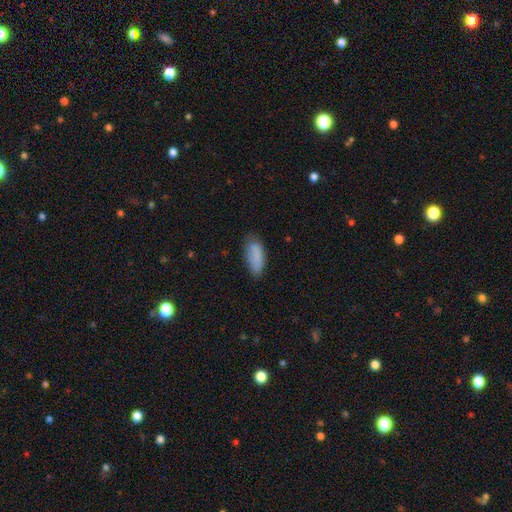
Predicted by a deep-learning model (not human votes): Smooth or featured? smooth (84%)
How rounded? in between (76%)
Merging? none (69%)